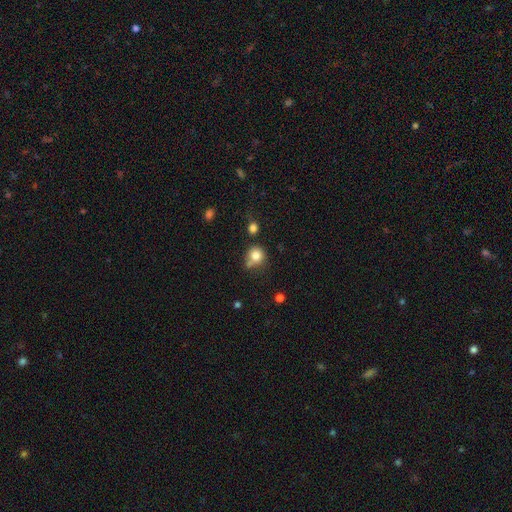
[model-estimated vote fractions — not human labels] Smooth or featured? Predicted: smooth (p=0.80). How rounded? Predicted: round (p=0.85). Merging? Predicted: none (p=0.55).